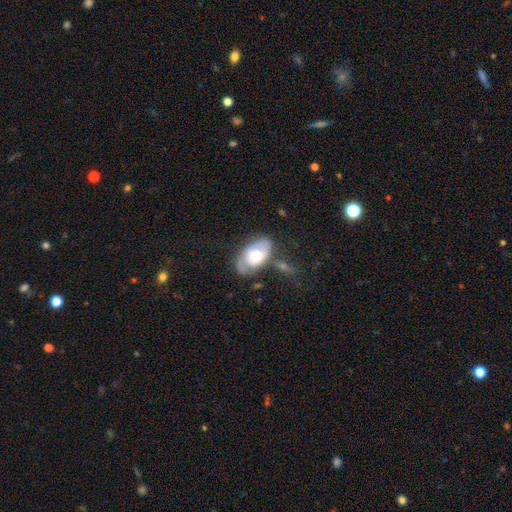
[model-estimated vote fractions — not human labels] Overall: featured or disk (64%; smooth 29%). Edge-on disk: no (94%). Bar: no (62%; weak 30%). Spiral arms: yes (79%). Bulge size: moderate (43%; large 35%). Merging: none (57%; minor disturbance 22%).